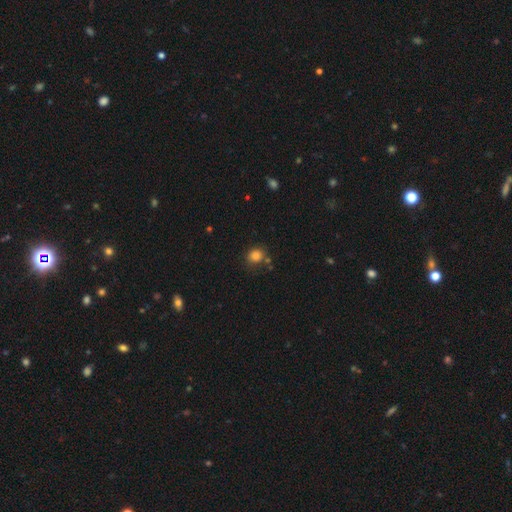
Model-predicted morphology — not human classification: smooth-or-featured: smooth: 84% | star or artifact: 12% | featured or disk: 4%
  how-rounded: round: 77% | in between: 22% | cigar-shaped: 1%
  merging: none: 75% | minor disturbance: 14% | merger: 7% | major disturbance: 4%